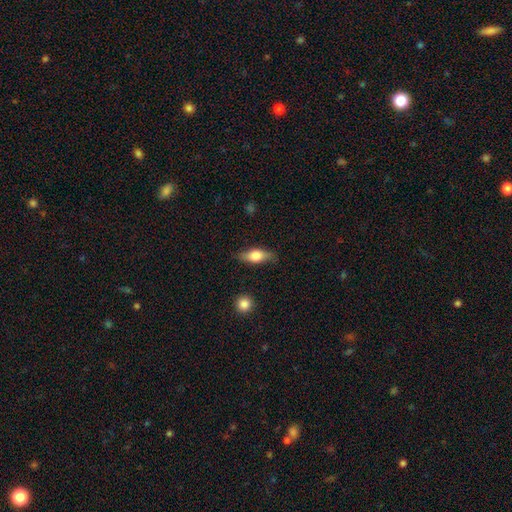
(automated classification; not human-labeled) Smooth or featured: smooth — 64% (featured or disk — 30%)
How rounded: in between — 72% (cigar-shaped — 23%)
Merging: none — 81% (minor disturbance — 14%)